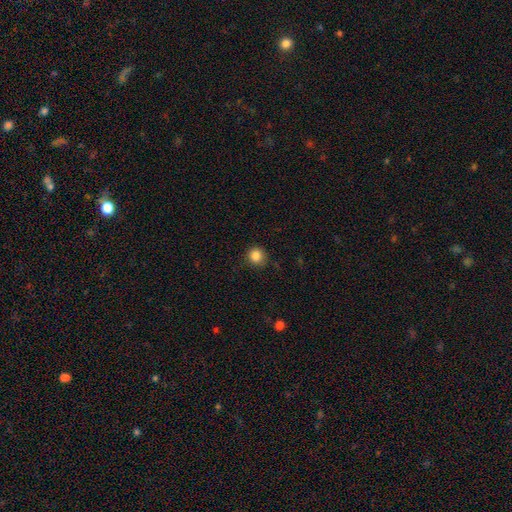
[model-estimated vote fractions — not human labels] Smooth or featured? Predicted: smooth (p=0.85). How rounded? Predicted: round (p=0.90). Merging? Predicted: none (p=0.83).